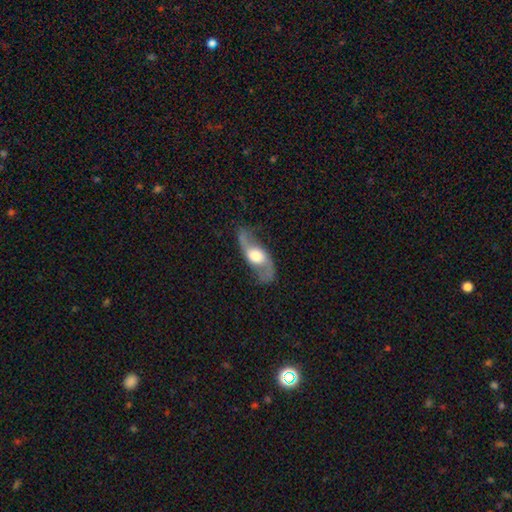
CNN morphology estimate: smooth_or_featured: featured or disk (p=0.81) [alt: smooth p=0.14]
disk_edge_on: no (p=0.87) [alt: yes p=0.13]
bar: no (p=0.55) [alt: weak p=0.33]
has_spiral_arms: yes (p=0.91) [alt: no p=0.09]
spiral_winding: loose (p=0.72) [alt: medium p=0.22]
spiral_arm_count: 2 (p=0.93) [alt: can't tell p=0.02]
bulge_size: moderate (p=0.46) [alt: large p=0.41]
merging: none (p=0.73) [alt: minor disturbance p=0.17]